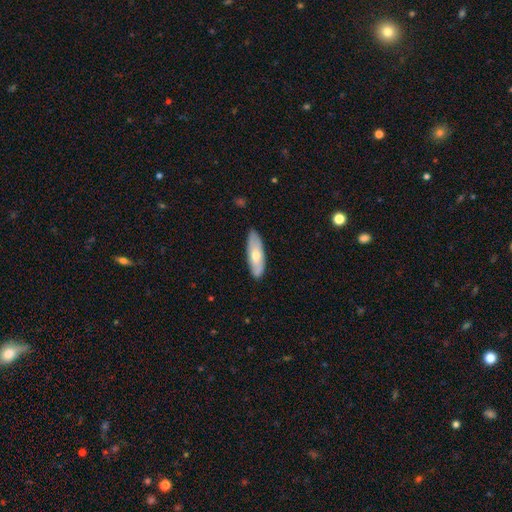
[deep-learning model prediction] smooth 57%, featured or disk 38%, star or artifact 5%. Down the decision tree: how rounded — in between (58%); merging — none (83%).